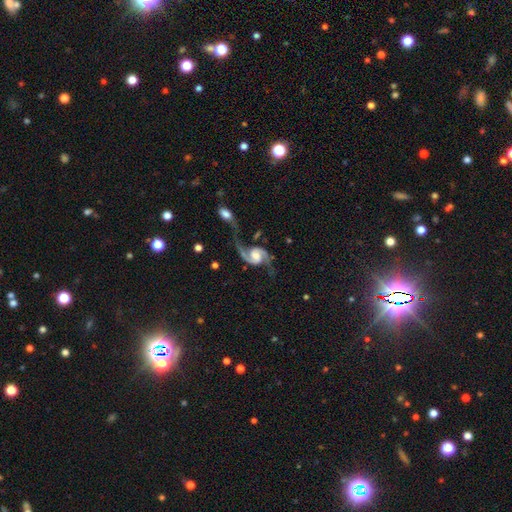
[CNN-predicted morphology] Smooth or featured? Predicted: featured or disk (p=0.91). Edge-on disk? Predicted: no (p=0.98). Bar? Predicted: no (p=0.45). Spiral arms? Predicted: yes (p=0.98). Spiral winding? Predicted: loose (p=0.55). Spiral arm count? Predicted: 2 (p=0.93). Bulge size? Predicted: moderate (p=0.41). Merging? Predicted: none (p=0.37).